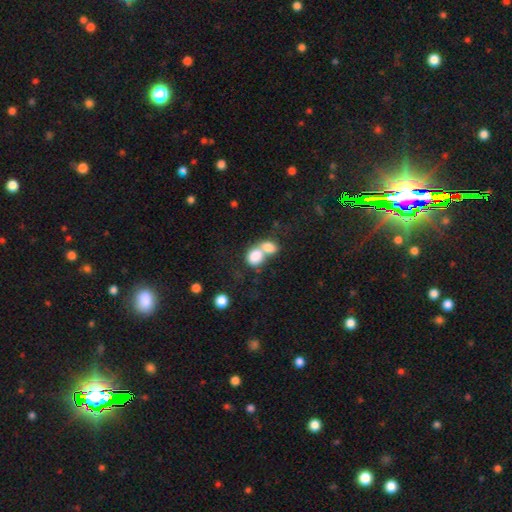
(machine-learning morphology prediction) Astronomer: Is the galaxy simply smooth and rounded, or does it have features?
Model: smooth — 80%.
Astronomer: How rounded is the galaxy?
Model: round — 50% (runner-up: in between, 49%).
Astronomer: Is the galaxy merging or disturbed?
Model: merger — 69%.